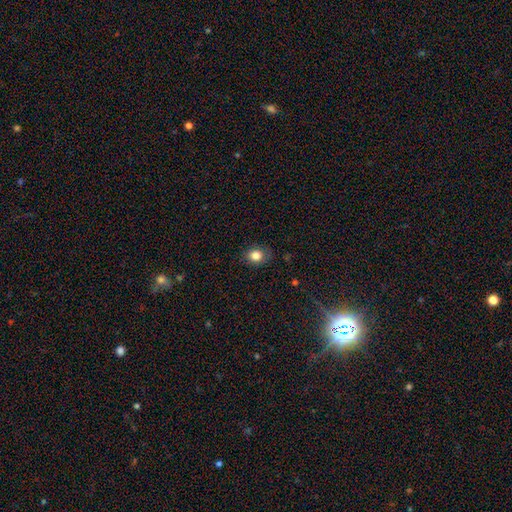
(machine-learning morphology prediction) Smooth or featured? smooth (82%)
How rounded? round (57%)
Merging? none (82%)